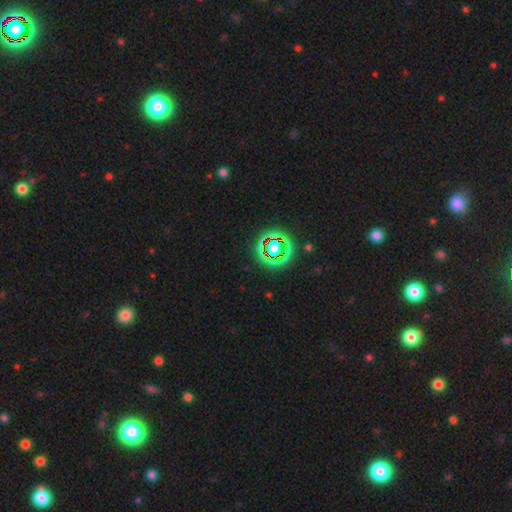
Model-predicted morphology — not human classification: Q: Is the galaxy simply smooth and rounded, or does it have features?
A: star or artifact — 67%.